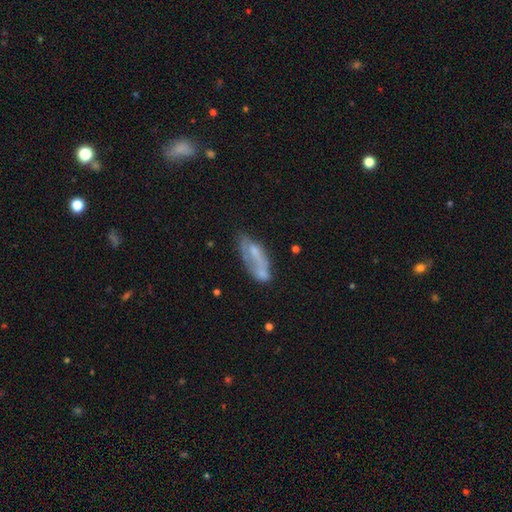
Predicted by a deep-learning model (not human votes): Q: Smooth or featured?
A: featured or disk (47%); runner-up: smooth (45%)
Q: Merging?
A: none (41%); runner-up: minor disturbance (26%)